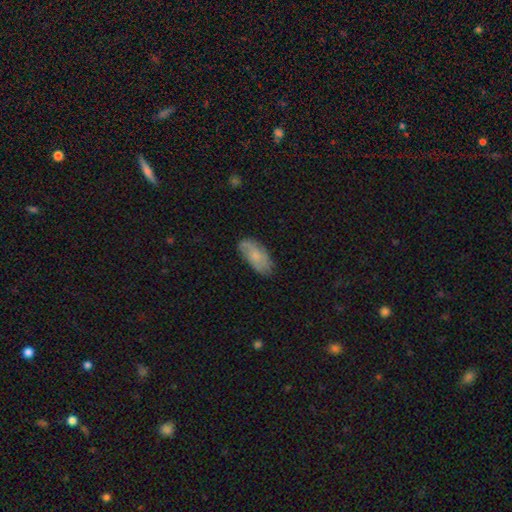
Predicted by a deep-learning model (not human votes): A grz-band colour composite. It shows a smooth galaxy with no disk features (65%) that is in between round and cigar-shaped (90%). Merging: none (72%).